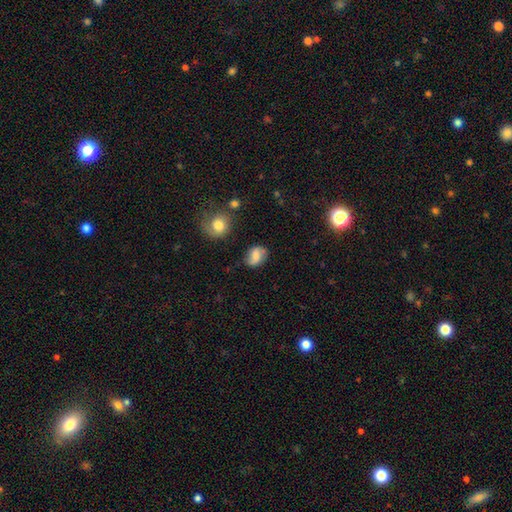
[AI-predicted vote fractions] The model was most divided on "smooth or featured": smooth: 54%, featured or disk: 36%, star or artifact: 9%. More confident: merging — none (73%); how rounded — in between (59%).